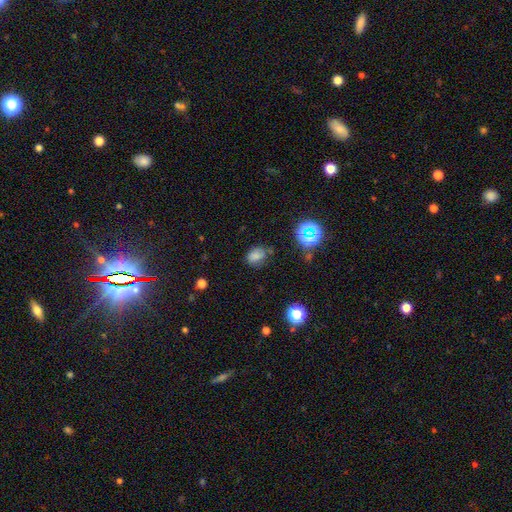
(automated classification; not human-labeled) Smooth or featured: smooth — 72% (star or artifact — 18%)
How rounded: in between — 69% (round — 29%)
Merging: none — 61% (minor disturbance — 27%)